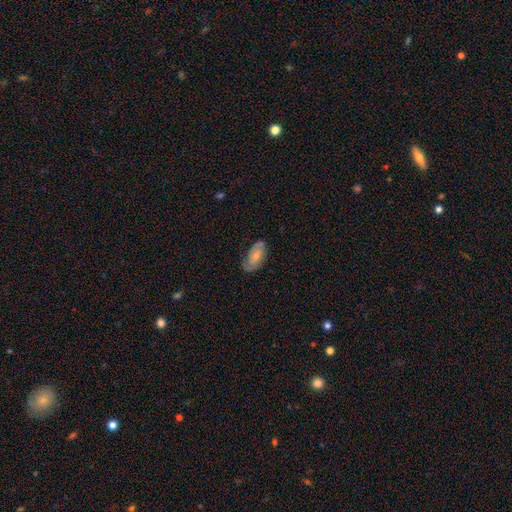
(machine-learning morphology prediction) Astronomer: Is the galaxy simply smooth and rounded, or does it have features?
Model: featured or disk — 58% (runner-up: smooth, 36%).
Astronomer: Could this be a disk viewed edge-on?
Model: no — 94%.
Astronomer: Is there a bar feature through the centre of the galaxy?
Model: no — 63%.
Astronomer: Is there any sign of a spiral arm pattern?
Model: yes — 84%.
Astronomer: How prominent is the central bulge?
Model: small — 51% (runner-up: moderate, 39%).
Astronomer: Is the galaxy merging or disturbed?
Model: none — 67%.